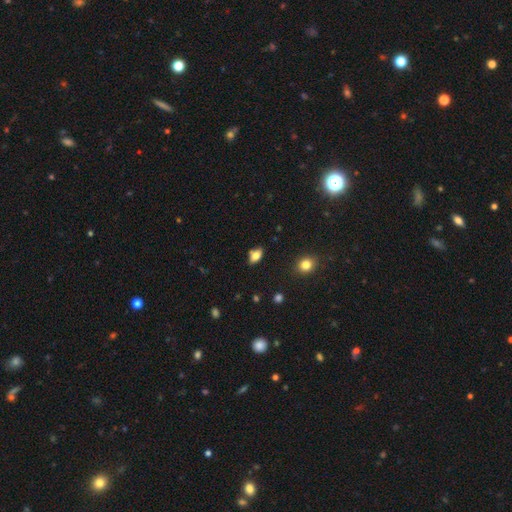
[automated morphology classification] Smooth or featured?
  - smooth: 77% *
  - featured or disk: 14%
  - star or artifact: 9%
How rounded?
  - in between: 89% *
  - round: 6%
  - cigar-shaped: 5%
Merging?
  - none: 78% *
  - minor disturbance: 14%
  - merger: 6%
  - major disturbance: 3%